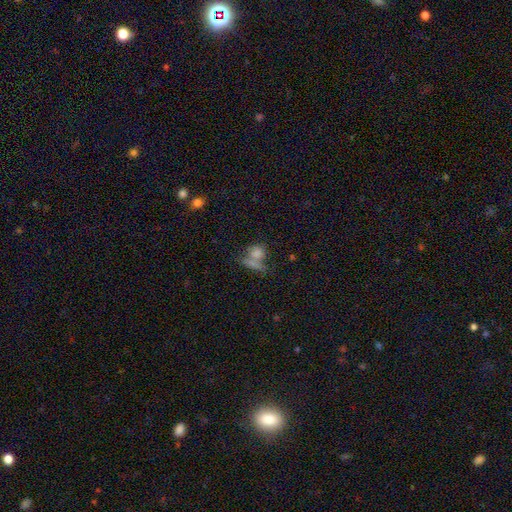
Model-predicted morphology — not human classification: The model was most divided on "merging": none: 44%, merger: 40%, minor disturbance: 10%, major disturbance: 6%. More confident: smooth or featured — smooth (75%); how rounded — round (58%).